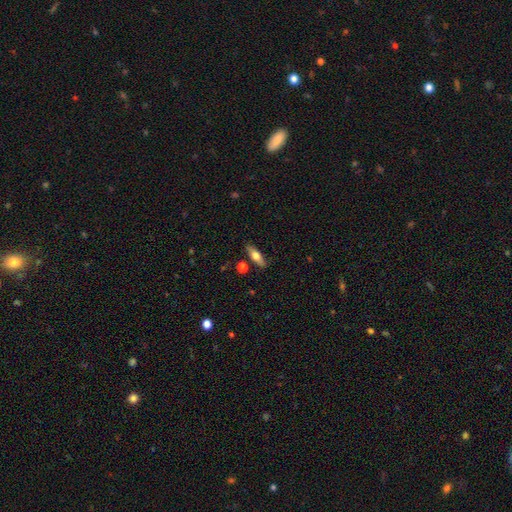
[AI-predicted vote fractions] This appears to be a smooth galaxy with no disk features (61%) that is in between round and cigar-shaped (56%). Merging: none (83%).